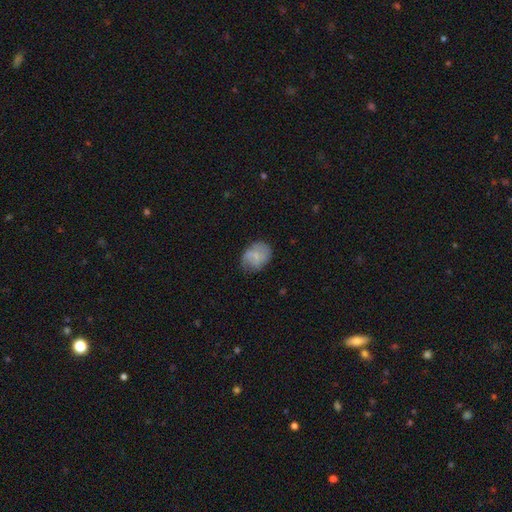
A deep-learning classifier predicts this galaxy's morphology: type=smooth (61%); roundness=in between (55%); merging=none (59%).